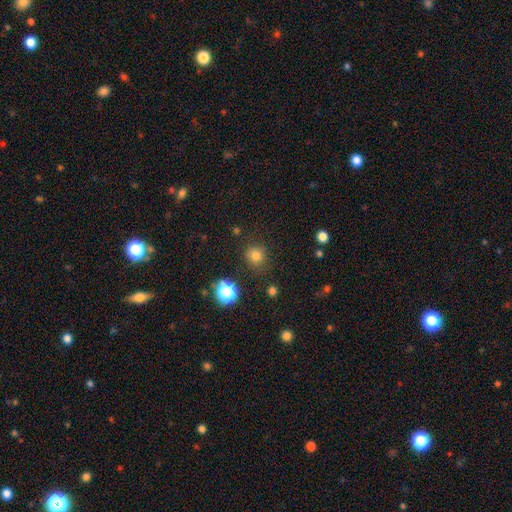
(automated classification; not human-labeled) Overall: smooth (76%). How rounded: round (90%). Merging: none (85%).